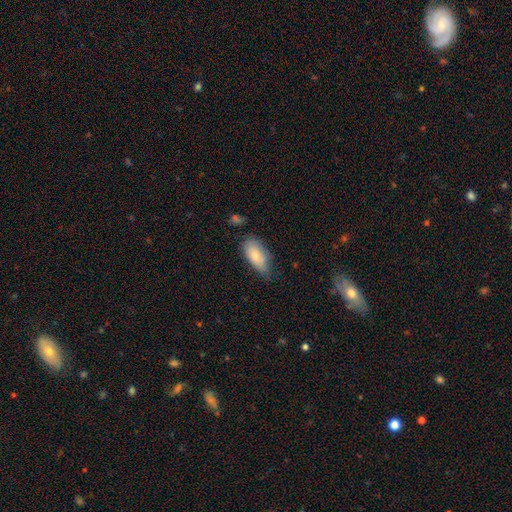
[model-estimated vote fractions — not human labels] A smooth galaxy with no disk features (82%) that is in between round and cigar-shaped (91%).

Vote fractions:
- Smooth or featured? smooth: 82% / featured or disk: 12% / star or artifact: 6%
- How rounded? in between: 91% / cigar-shaped: 6% / round: 3%
- Merging? none: 56% / minor disturbance: 34% / major disturbance: 7% / merger: 3%